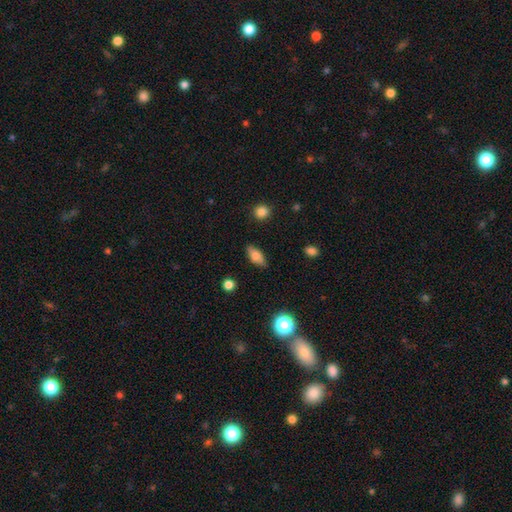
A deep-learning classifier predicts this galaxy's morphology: type=smooth (76%); roundness=in between (84%); merging=none (85%).